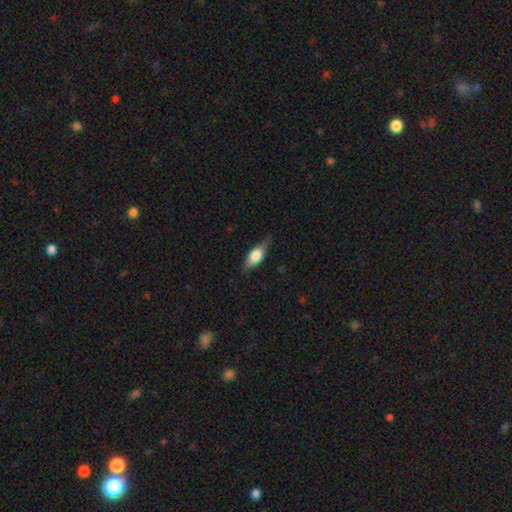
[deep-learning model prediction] smooth_or_featured: smooth (p=0.60) [alt: featured or disk p=0.34]
how_rounded: in between (p=0.67) [alt: cigar-shaped p=0.29]
merging: none (p=0.75) [alt: minor disturbance p=0.20]